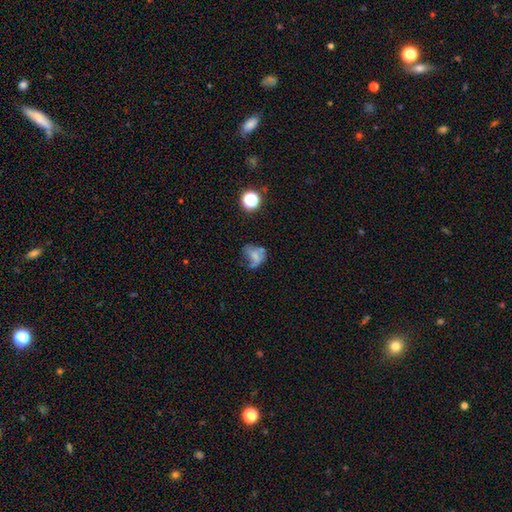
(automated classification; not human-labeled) Overall: smooth (50%; featured or disk 33%). How rounded: in between (59%; round 39%). Merging: major disturbance (34%; none 30%).